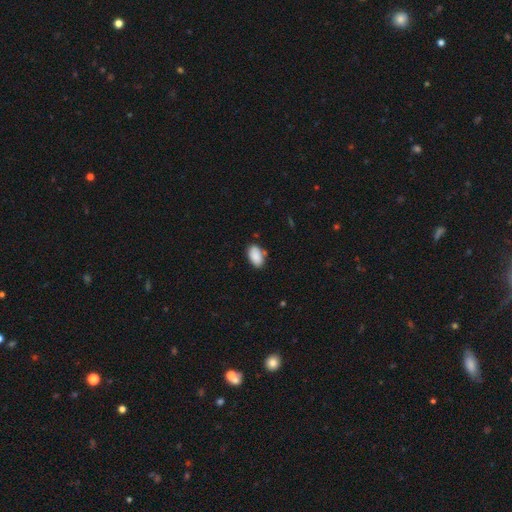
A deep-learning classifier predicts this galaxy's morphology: This is clearly a smooth galaxy (89%). How rounded: clearly in between (93%). Merging: likely none (77%).